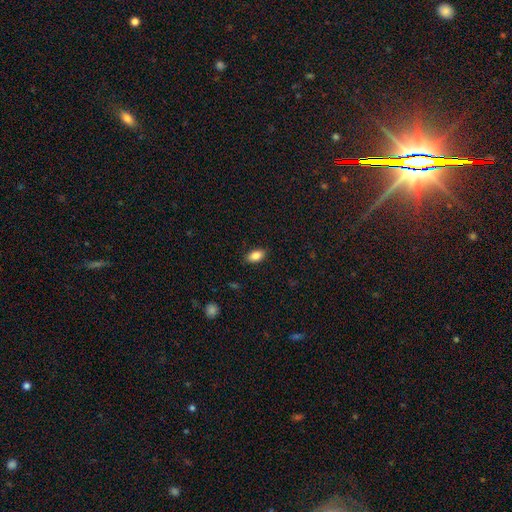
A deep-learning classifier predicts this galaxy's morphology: type=smooth (85%); roundness=in between (91%); merging=none (88%).